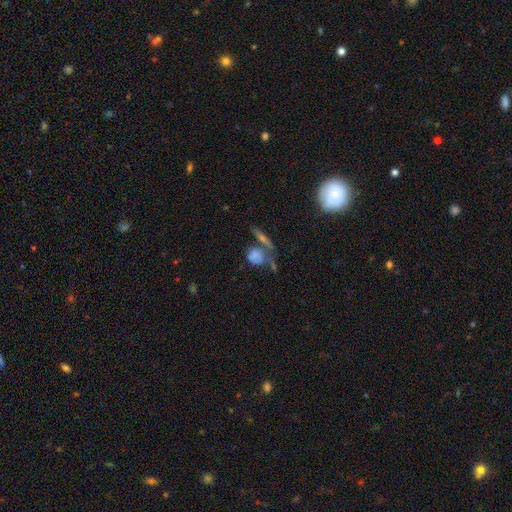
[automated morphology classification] Smooth or featured: smooth — 64% (featured or disk — 25%)
How rounded: round — 55% (in between — 38%)
Merging: none — 37% (merger — 33%)